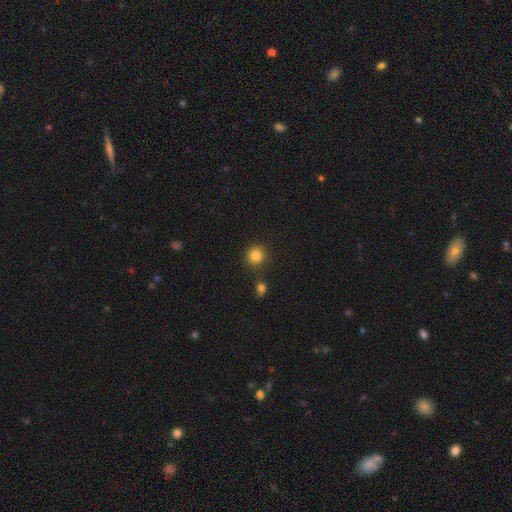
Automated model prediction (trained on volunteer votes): Morphology: type=smooth (83%); roundness=round (93%); merging=none (83%).